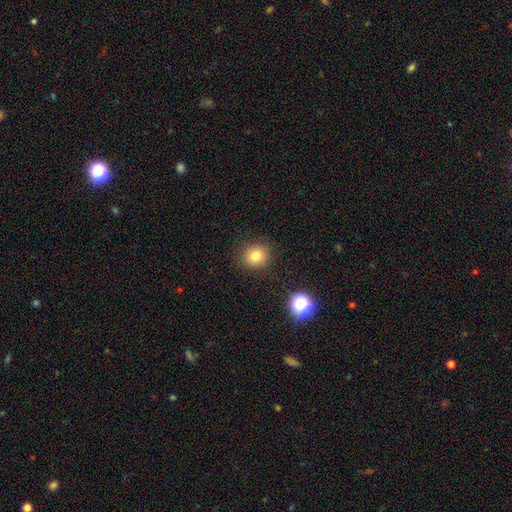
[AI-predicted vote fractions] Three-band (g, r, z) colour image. It shows a smooth galaxy with no disk features (79%) that is round (86%). Merging: none (89%).